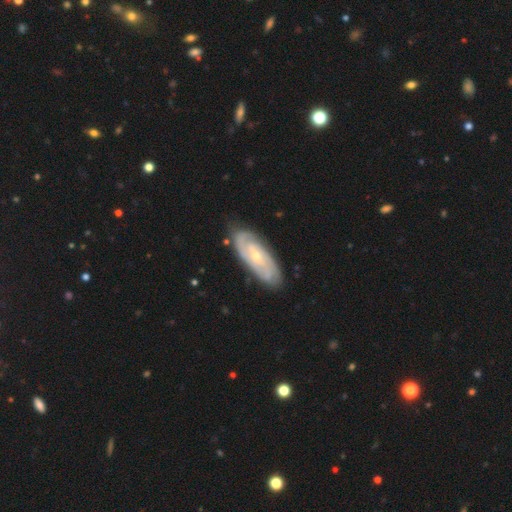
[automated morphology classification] A featured or disk galaxy (81%) with no bar (71%), 2 (39%) tight (69%) spiral arms (94%) and a small central bulge (71%).

Vote fractions:
- Smooth or featured? featured or disk: 81% / smooth: 14% / star or artifact: 5%
- Edge-on disk? no: 91% / yes: 9%
- Bar? no: 71% / weak: 24% / strong: 5%
- Spiral arms? yes: 94% / no: 6%
- Spiral winding? tight: 69% / medium: 25% / loose: 6%
- Spiral arm count? 2: 39% / can't tell: 31% / 3: 15% / 4: 7% / 1: 4% / more than 4: 4%
- Bulge size? small: 71% / moderate: 25% / none: 1% / large: 1% / dominant: 1%
- Merging? none: 82% / minor disturbance: 14% / major disturbance: 3% / merger: 1%